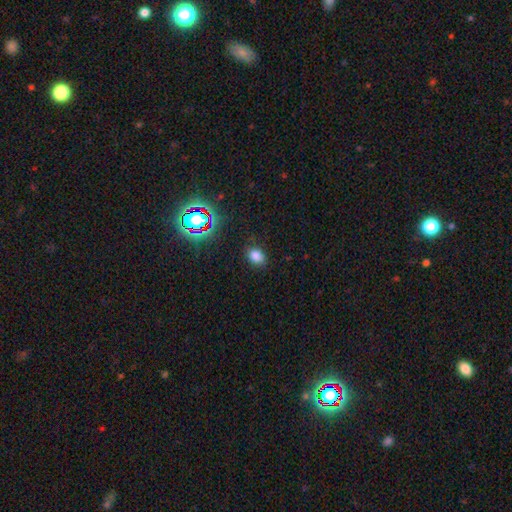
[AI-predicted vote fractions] smooth 78%, star or artifact 17%, featured or disk 5%. Down the decision tree: how rounded — in between (70%); merging — none (83%).